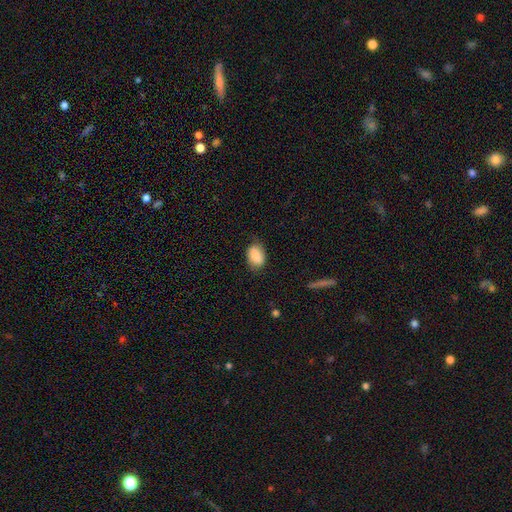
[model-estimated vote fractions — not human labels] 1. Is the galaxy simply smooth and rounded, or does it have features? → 85% smooth, 8% featured or disk, 7% star or artifact.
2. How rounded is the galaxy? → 86% in between, 12% round, 1% cigar-shaped.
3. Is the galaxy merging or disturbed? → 73% none, 21% minor disturbance, 5% major disturbance, 1% merger.